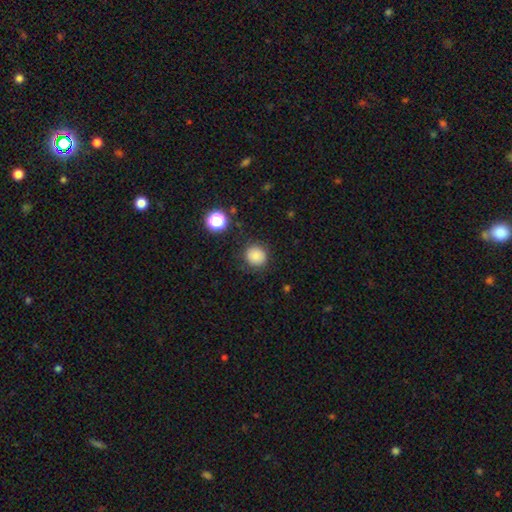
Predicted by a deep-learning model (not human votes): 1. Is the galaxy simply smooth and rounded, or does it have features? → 83% smooth, 12% star or artifact, 5% featured or disk.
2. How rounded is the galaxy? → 91% round, 8% in between, 1% cigar-shaped.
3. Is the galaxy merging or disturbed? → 85% none, 10% minor disturbance, 3% major disturbance, 2% merger.